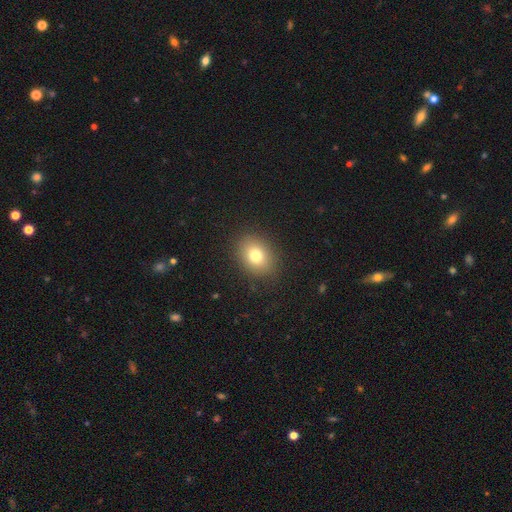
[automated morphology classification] This appears to be a smooth galaxy with no disk features (77%) that is in between round and cigar-shaped (56%). Merging: none (87%).